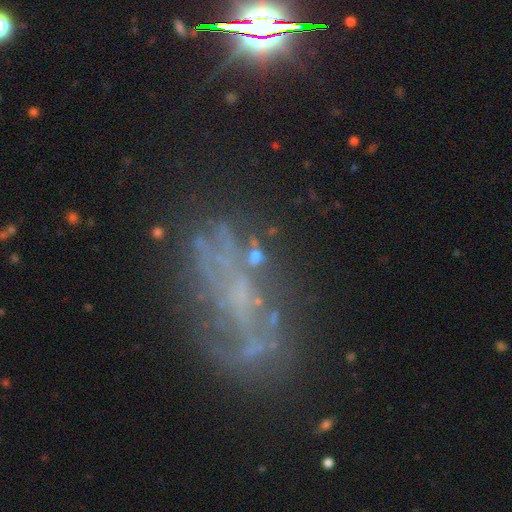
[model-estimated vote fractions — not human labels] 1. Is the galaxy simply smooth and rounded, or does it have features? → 61% featured or disk, 22% star or artifact, 17% smooth.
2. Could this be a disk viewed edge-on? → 89% no, 11% yes.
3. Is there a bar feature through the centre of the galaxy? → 74% no, 17% weak, 9% strong.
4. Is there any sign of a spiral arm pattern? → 64% no, 36% yes.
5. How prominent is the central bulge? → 72% none, 17% small, 8% moderate, 2% large, 1% dominant.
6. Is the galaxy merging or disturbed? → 51% none, 24% major disturbance, 19% minor disturbance, 6% merger.